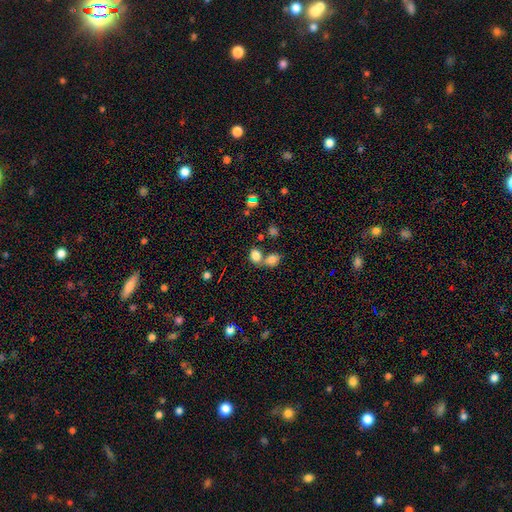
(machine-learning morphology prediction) Q: Smooth or featured?
A: smooth (80%); runner-up: star or artifact (12%)
Q: How rounded?
A: in between (56%); runner-up: round (43%)
Q: Merging?
A: none (44%); runner-up: merger (42%)